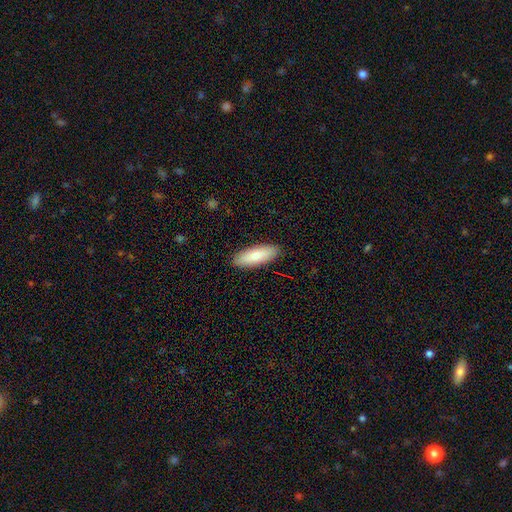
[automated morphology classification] Smooth or featured: smooth — 80% (featured or disk — 14%)
How rounded: in between — 64% (cigar-shaped — 34%)
Merging: none — 90% (minor disturbance — 8%)